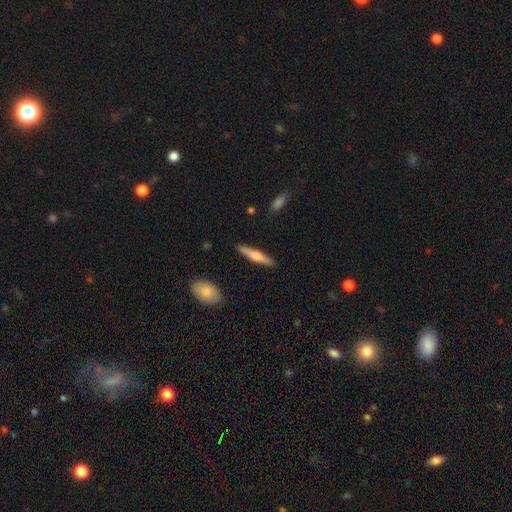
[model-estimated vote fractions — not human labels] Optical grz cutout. It shows a smooth galaxy with no disk features (51%) that is cigar-shaped (84%). Merging: none (89%).